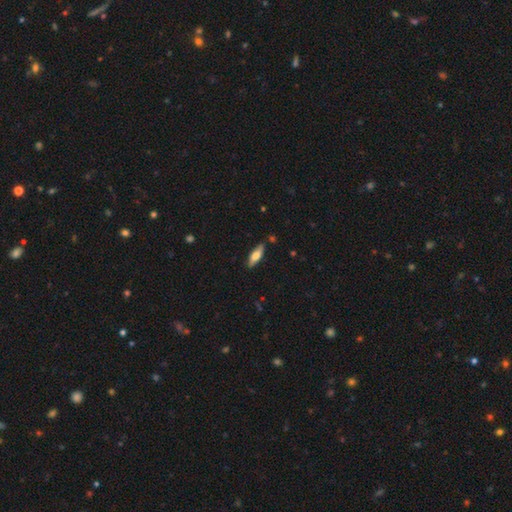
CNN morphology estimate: smooth-or-featured: smooth: 61% | featured or disk: 33% | star or artifact: 6%
  how-rounded: in between: 57% | cigar-shaped: 41% | round: 2%
  merging: none: 84% | minor disturbance: 12% | major disturbance: 2% | merger: 2%